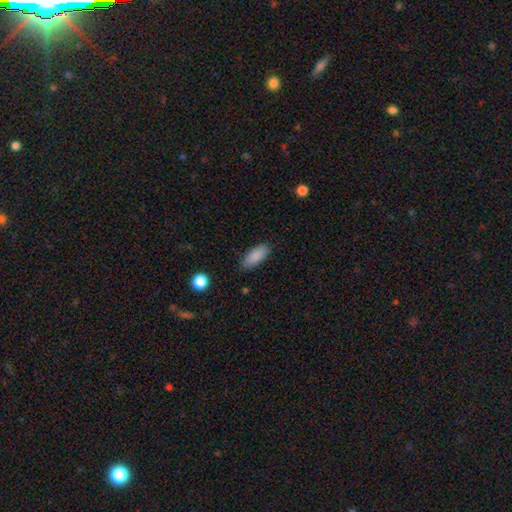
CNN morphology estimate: A smooth galaxy with no disk features (88%) that is in between round and cigar-shaped (80%). Merging: none (86%).